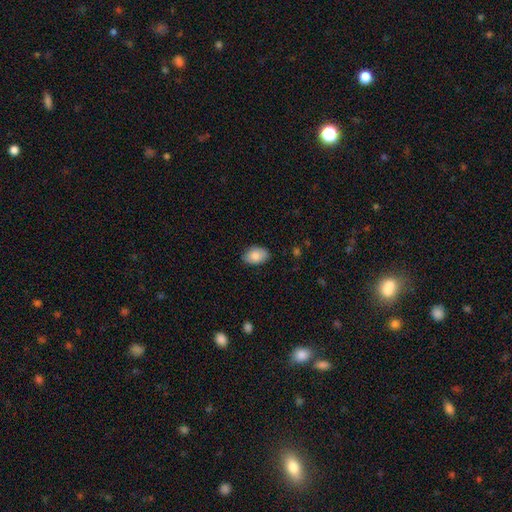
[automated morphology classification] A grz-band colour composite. It shows a smooth galaxy with no disk features (84%) that is in between round and cigar-shaped (87%). Merging: none (84%).